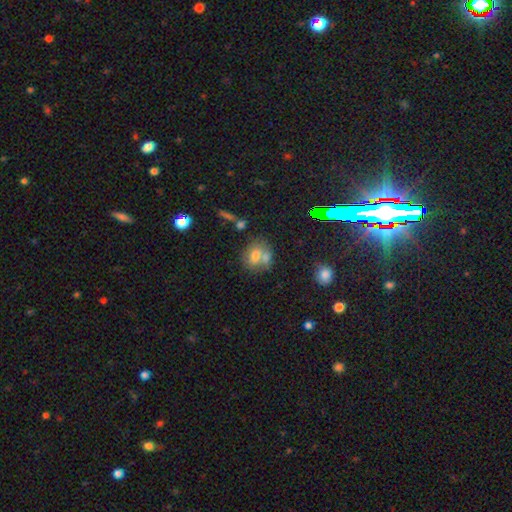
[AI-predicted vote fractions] A smooth galaxy with no disk features (66%) that is round (51%). Merging: none (40%, tied with merger).